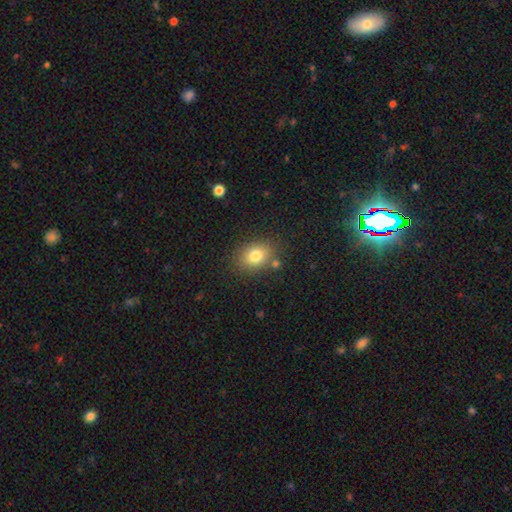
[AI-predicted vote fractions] Morphology: type=smooth (79%); roundness=in between (65%); merging=none (79%).